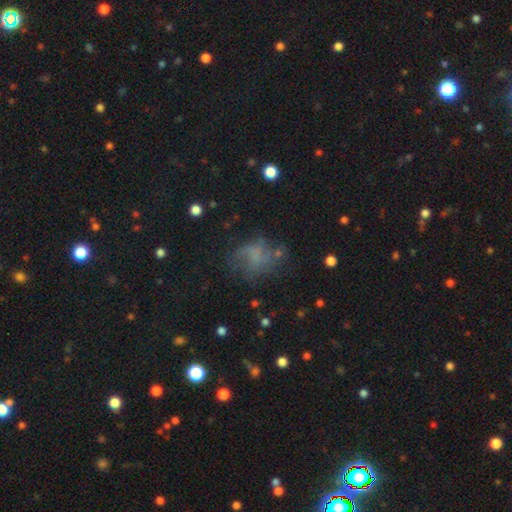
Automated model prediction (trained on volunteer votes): smooth 41%, featured or disk 40%, star or artifact 19%. Down the decision tree: merging — none (51%).